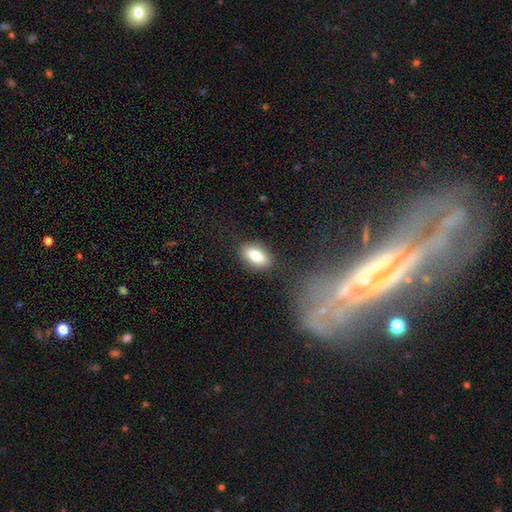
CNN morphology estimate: smooth-or-featured: smooth: 79% | featured or disk: 13% | star or artifact: 7%
  how-rounded: in between: 85% | cigar-shaped: 10% | round: 5%
  merging: none: 83% | minor disturbance: 11% | major disturbance: 3% | merger: 3%